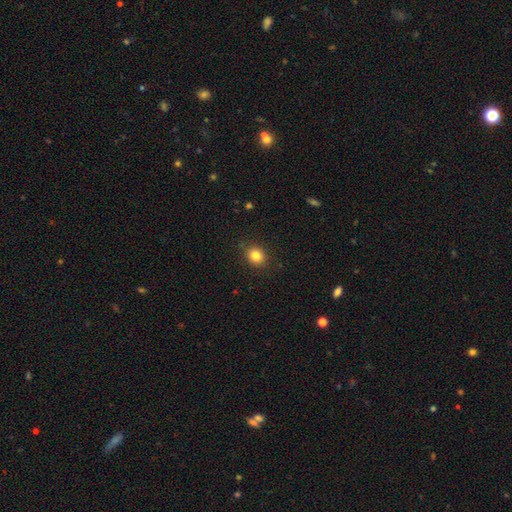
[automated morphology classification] This is clearly a smooth galaxy (83%). How rounded: likely round (70%). Merging: clearly none (88%).